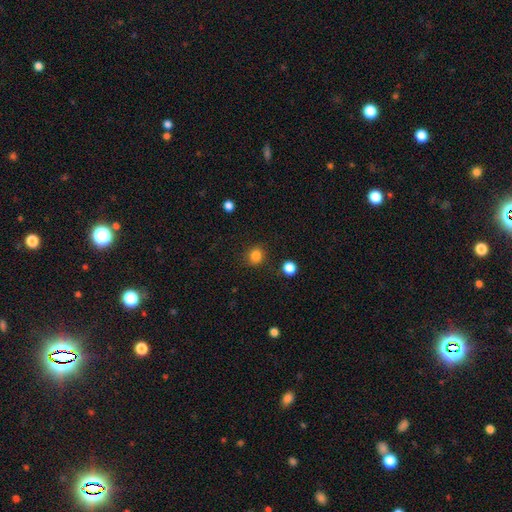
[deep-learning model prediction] This appears to be a smooth galaxy with no disk features (84%) that is round (84%). Merging: none (87%).